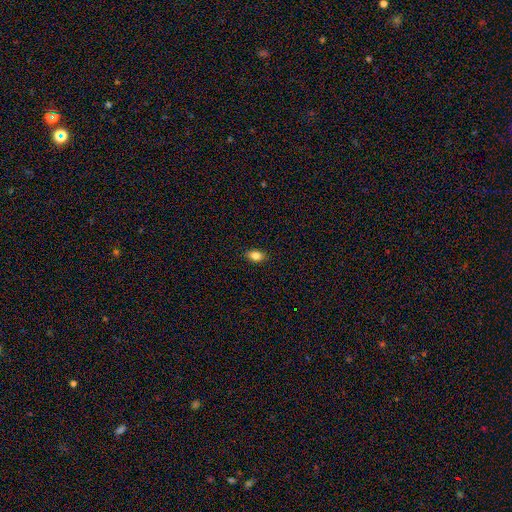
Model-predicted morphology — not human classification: smooth-or-featured: smooth: 85% | star or artifact: 10% | featured or disk: 6%
  how-rounded: in between: 80% | round: 18% | cigar-shaped: 2%
  merging: none: 88% | minor disturbance: 9% | major disturbance: 2% | merger: 1%